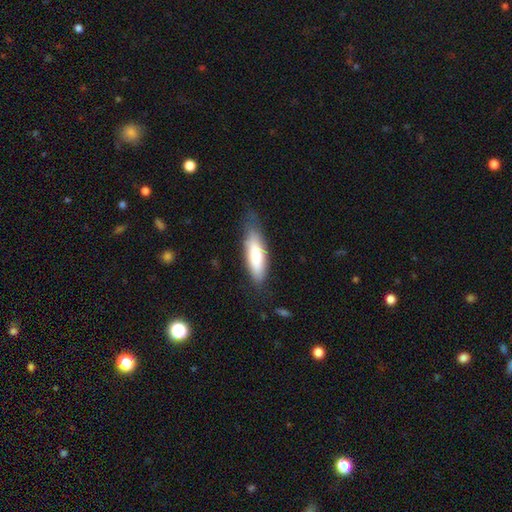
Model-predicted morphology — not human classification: smooth_or_featured: smooth (p=0.77) [alt: featured or disk p=0.17]
how_rounded: in between (p=0.51) [alt: cigar-shaped p=0.47]
merging: none (p=0.62) [alt: minor disturbance p=0.27]